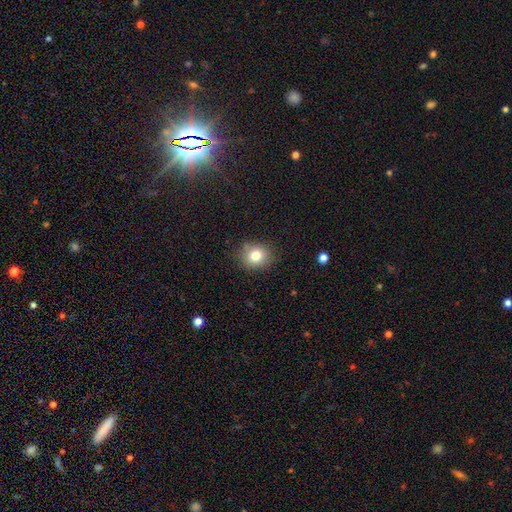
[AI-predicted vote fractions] Smooth or featured?
  - smooth: 79% *
  - star or artifact: 11%
  - featured or disk: 10%
How rounded?
  - round: 73% *
  - in between: 26%
  - cigar-shaped: 1%
Merging?
  - none: 84% *
  - minor disturbance: 12%
  - major disturbance: 3%
  - merger: 1%